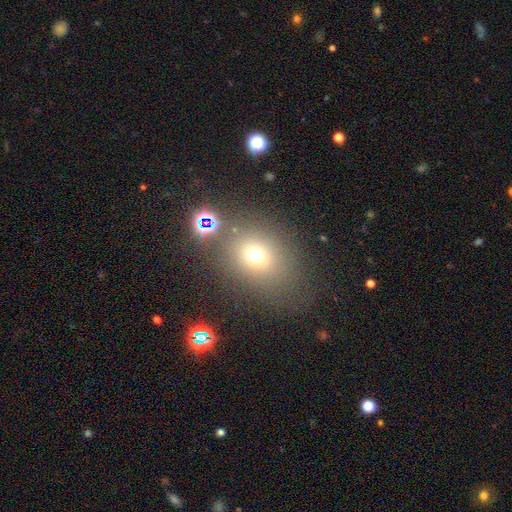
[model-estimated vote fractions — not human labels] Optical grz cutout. It shows a smooth galaxy with no disk features (68%) that is round (58%). Merging: none (70%).